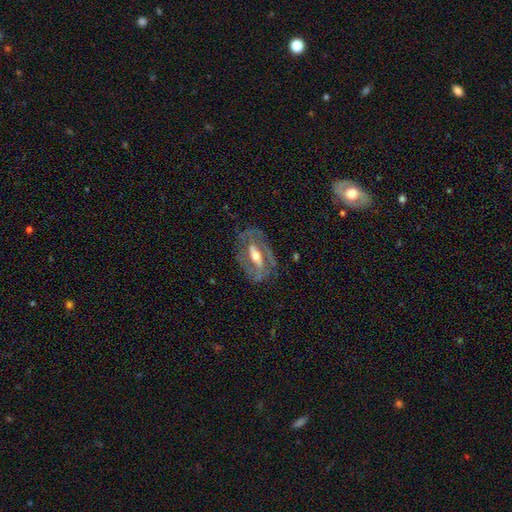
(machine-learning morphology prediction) This appears to be a featured or disk galaxy (81%) with a strong bar (49%), 2 (70%) medium (42%) spiral arms (80%) and a moderate central bulge (67%). Merging: none (70%).